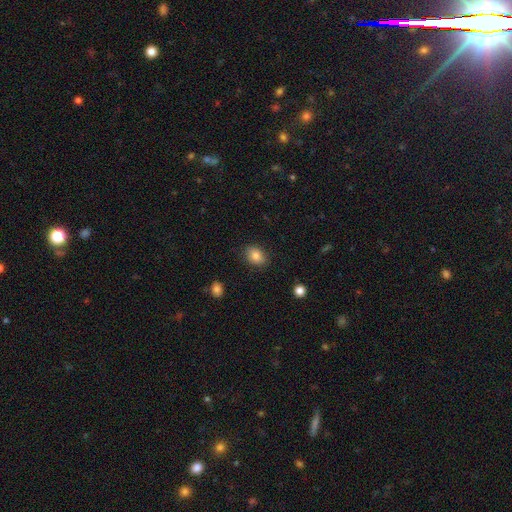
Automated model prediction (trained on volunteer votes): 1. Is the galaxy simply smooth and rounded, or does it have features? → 85% smooth, 9% star or artifact, 6% featured or disk.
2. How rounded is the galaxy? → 68% in between, 31% round, 1% cigar-shaped.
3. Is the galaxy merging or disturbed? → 84% none, 11% minor disturbance, 3% major disturbance, 1% merger.